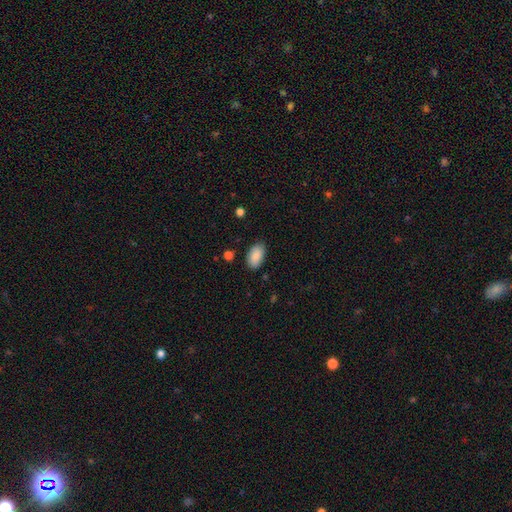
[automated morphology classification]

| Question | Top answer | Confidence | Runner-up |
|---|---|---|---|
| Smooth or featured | smooth | 88% | star or artifact (6%) |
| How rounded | in between | 94% | round (4%) |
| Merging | none | 84% | minor disturbance (12%) |